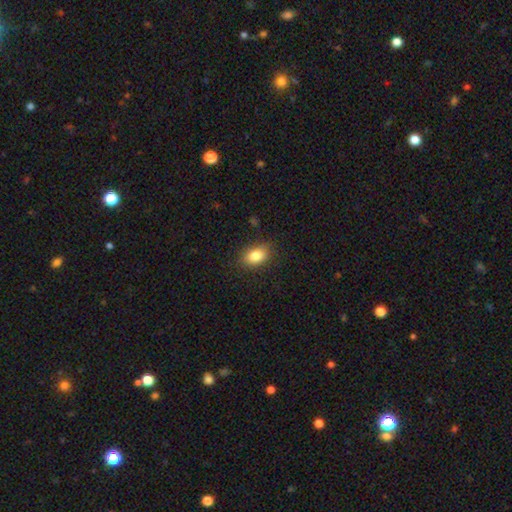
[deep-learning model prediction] This is clearly a smooth galaxy (84%). How rounded: clearly in between (83%). Merging: clearly none (85%).